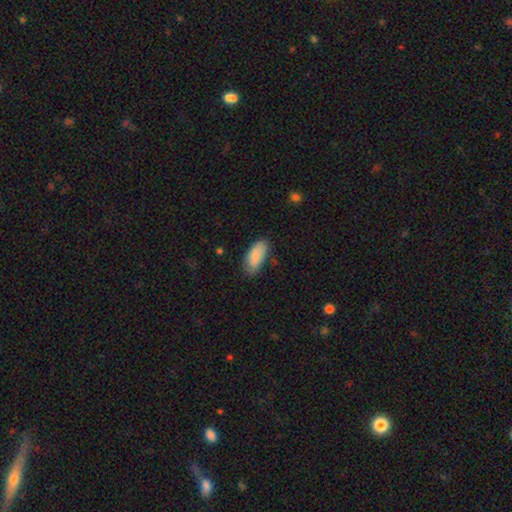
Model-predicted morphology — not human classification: type=smooth (85%); roundness=in between (89%); merging=none (74%).